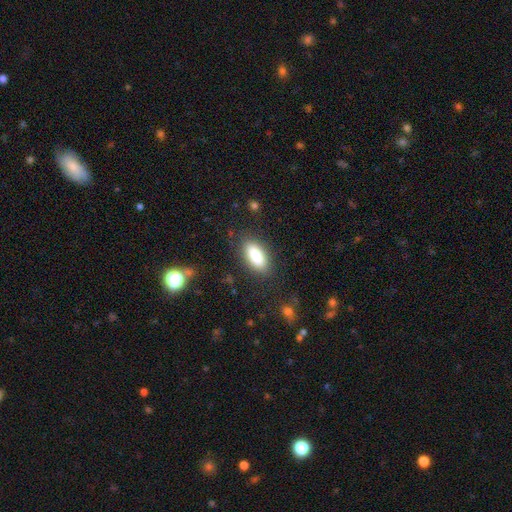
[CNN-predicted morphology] type=smooth (86%); roundness=in between (83%); merging=none (84%).